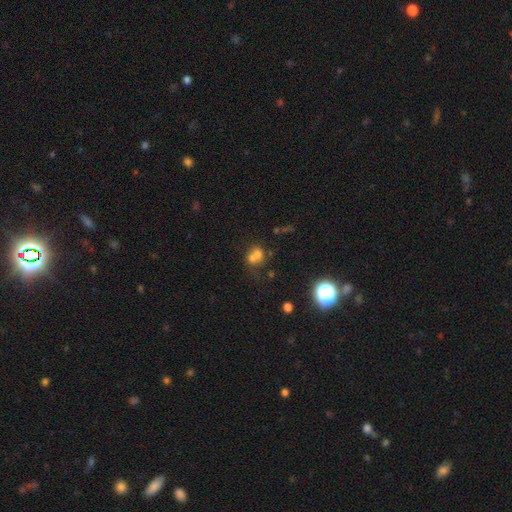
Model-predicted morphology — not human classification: smooth_or_featured: smooth (p=0.62) [alt: featured or disk p=0.19]
how_rounded: round (p=0.68) [alt: in between p=0.31]
merging: merger (p=0.59) [alt: none p=0.29]